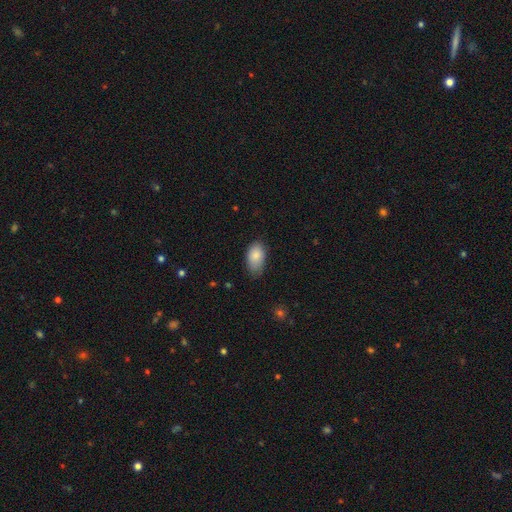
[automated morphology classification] smooth 86%, featured or disk 7%, star or artifact 7%. Down the decision tree: how rounded — in between (93%); merging — none (68%).